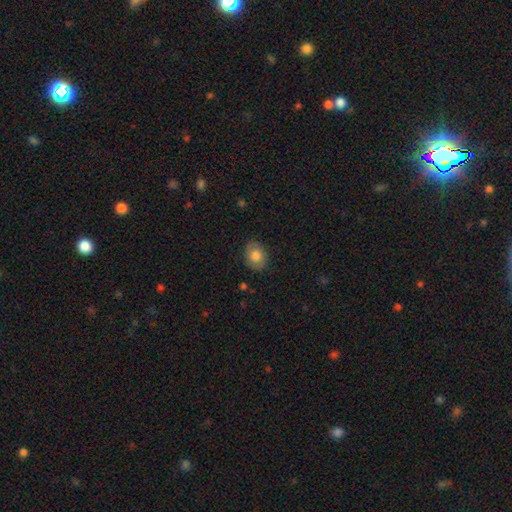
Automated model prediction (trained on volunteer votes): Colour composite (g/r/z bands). It shows a smooth galaxy with no disk features (80%) that is in between round and cigar-shaped (61%). Merging: none (85%).